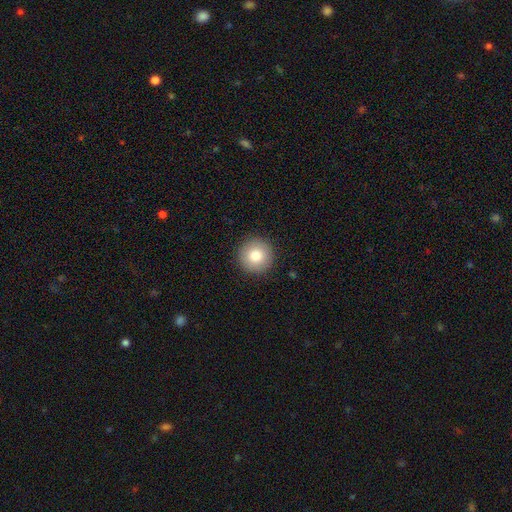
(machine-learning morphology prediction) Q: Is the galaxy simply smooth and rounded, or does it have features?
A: smooth — 81%.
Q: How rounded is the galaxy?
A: round — 96%.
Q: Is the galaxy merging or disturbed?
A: none — 92%.